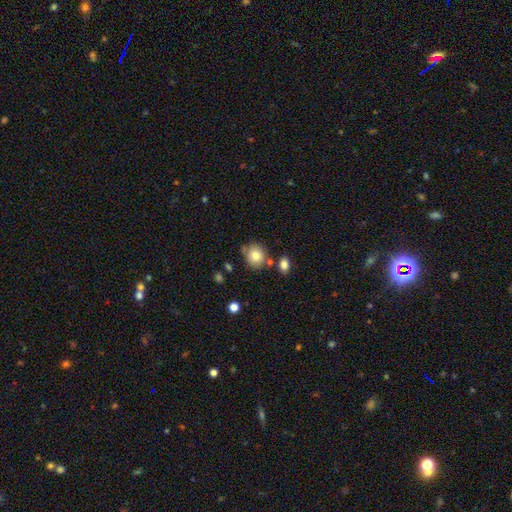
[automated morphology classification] smooth_or_featured: smooth (p=0.79) [alt: featured or disk p=0.12]
how_rounded: round (p=0.78) [alt: in between p=0.21]
merging: none (p=0.68) [alt: minor disturbance p=0.15]